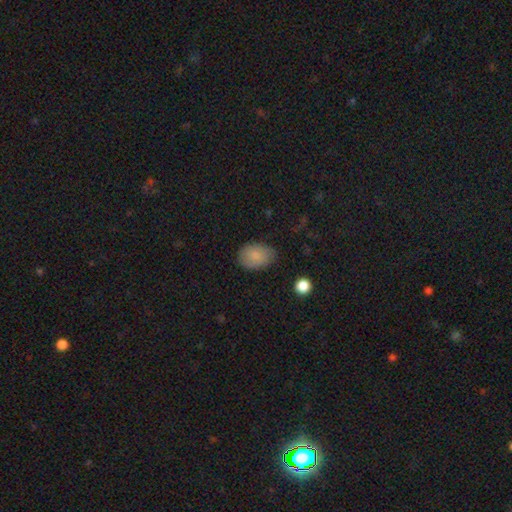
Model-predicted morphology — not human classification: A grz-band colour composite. It shows a smooth galaxy with no disk features (83%) that is in between round and cigar-shaped (80%). Merging: none (73%).